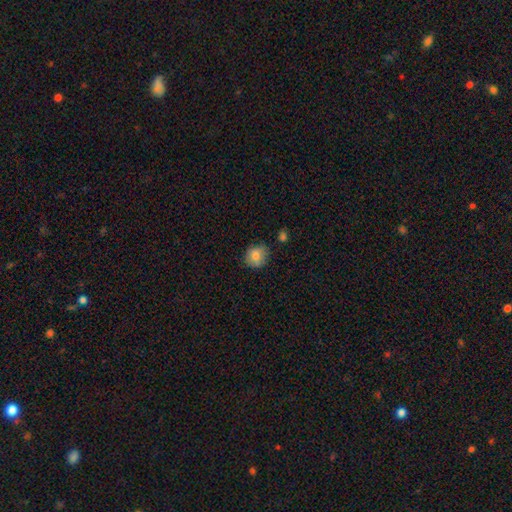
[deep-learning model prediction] smooth 80%, featured or disk 11%, star or artifact 9%. Down the decision tree: how rounded — round (78%); merging — none (77%).